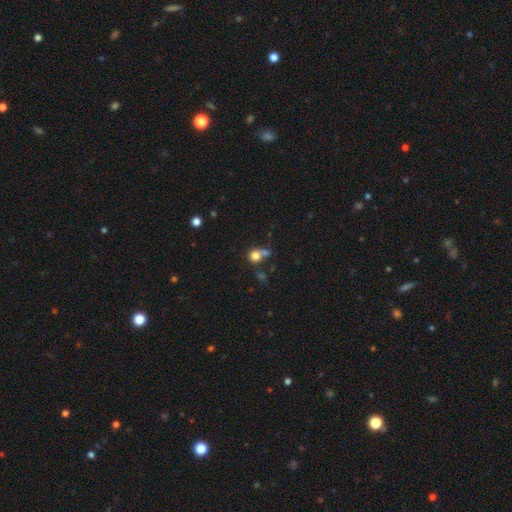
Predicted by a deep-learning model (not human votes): The model was most divided on "merging": none: 41%, merger: 32%, minor disturbance: 15%, major disturbance: 12%. More confident: how rounded — round (78%); smooth or featured — smooth (77%).